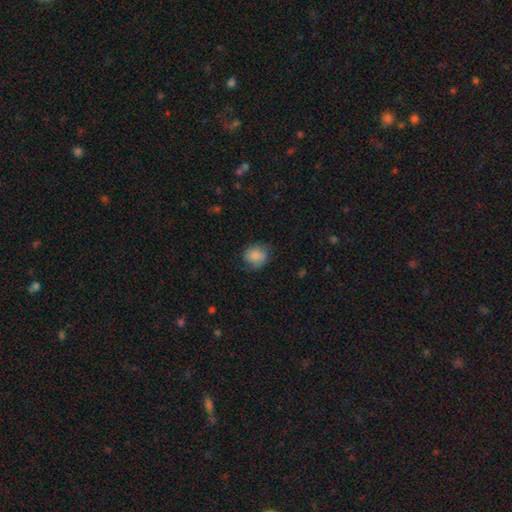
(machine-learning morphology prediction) Q: Smooth or featured?
A: smooth (84%); runner-up: featured or disk (9%)
Q: How rounded?
A: round (76%); runner-up: in between (23%)
Q: Merging?
A: none (75%); runner-up: minor disturbance (19%)